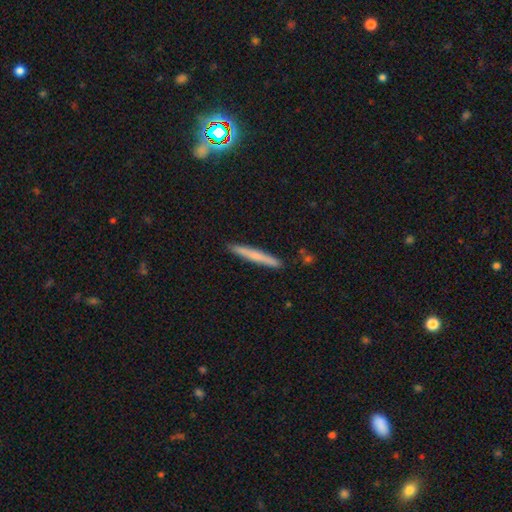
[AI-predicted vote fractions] Smooth or featured: smooth — 62% (featured or disk — 32%)
How rounded: cigar-shaped — 96% (in between — 3%)
Merging: none — 90% (minor disturbance — 7%)